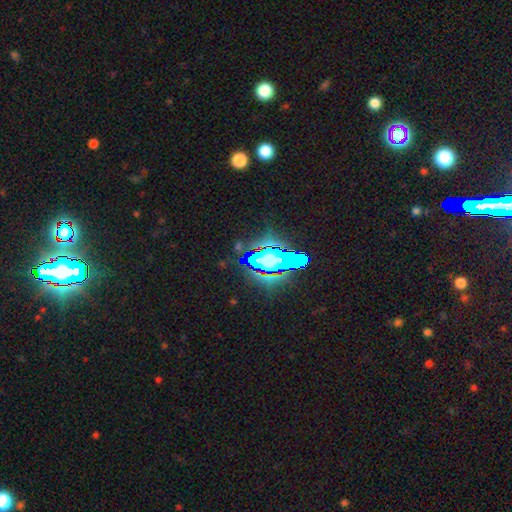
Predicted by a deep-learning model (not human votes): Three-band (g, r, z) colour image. It shows a star or artifact, not a galaxy (82%).